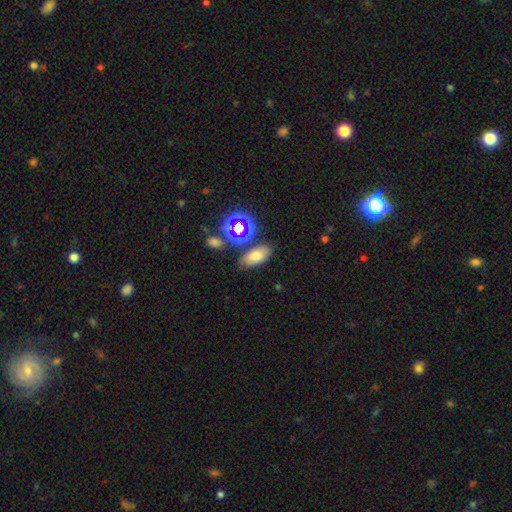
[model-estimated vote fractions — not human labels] smooth 67%, star or artifact 21%, featured or disk 13%. Down the decision tree: how rounded — in between (83%); merging — none (74%).